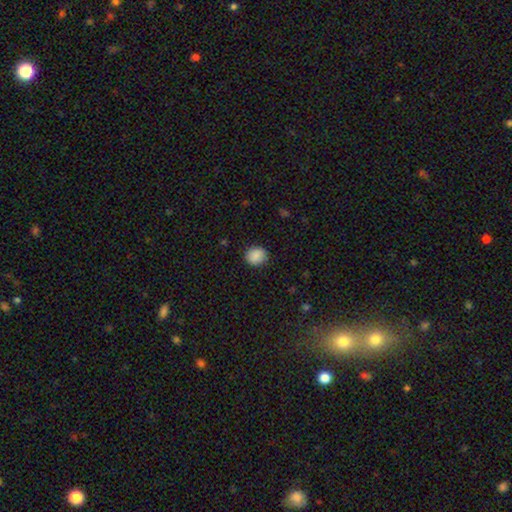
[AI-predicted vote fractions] This appears to be a smooth galaxy with no disk features (88%) that is round (77%). Merging: none (88%).